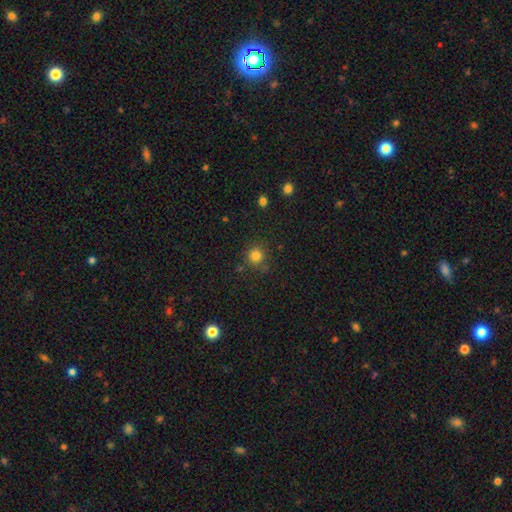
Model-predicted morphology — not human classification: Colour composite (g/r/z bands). It shows a smooth galaxy with no disk features (82%) that is round (93%). Merging: none (83%).